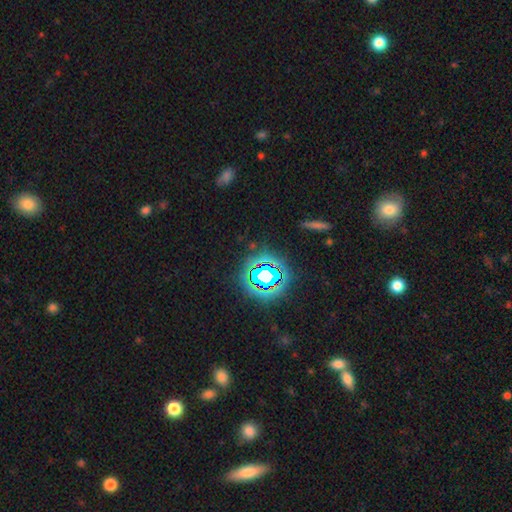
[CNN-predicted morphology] This is likely a star or artifact rather than a galaxy (76%).